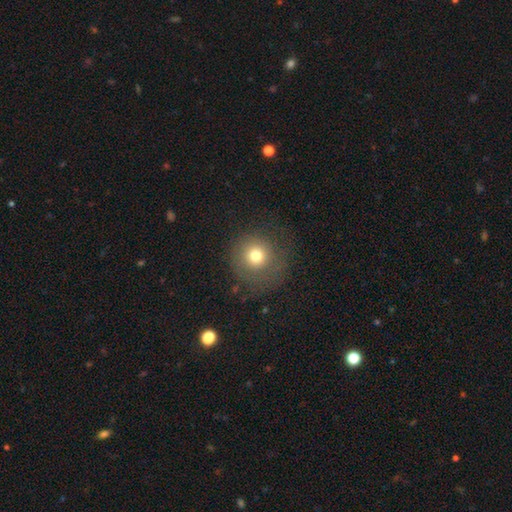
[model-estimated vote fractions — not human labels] smooth 73%, featured or disk 14%, star or artifact 13%. Down the decision tree: how rounded — round (93%); merging — none (70%).